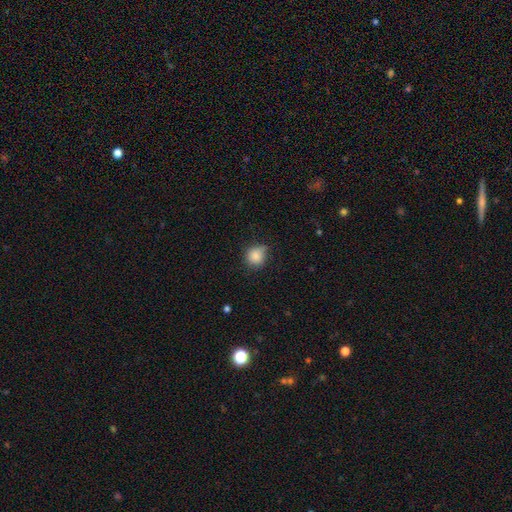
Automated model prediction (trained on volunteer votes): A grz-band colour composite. It shows a smooth galaxy with no disk features (86%) that is round (82%). Merging: none (63%).